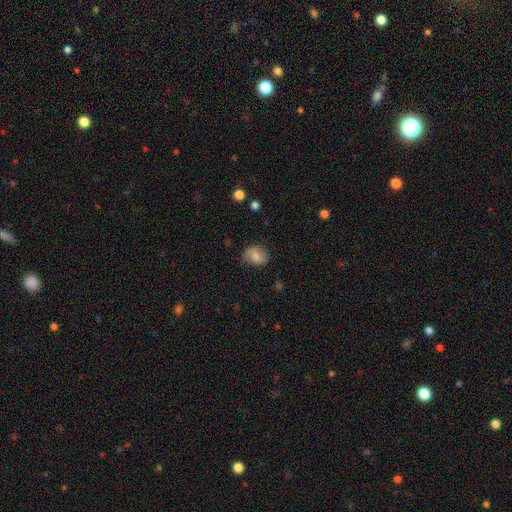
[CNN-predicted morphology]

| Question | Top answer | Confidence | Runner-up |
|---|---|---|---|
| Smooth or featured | smooth | 69% | featured or disk (23%) |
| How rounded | round | 53% | in between (46%) |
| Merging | none | 71% | minor disturbance (22%) |